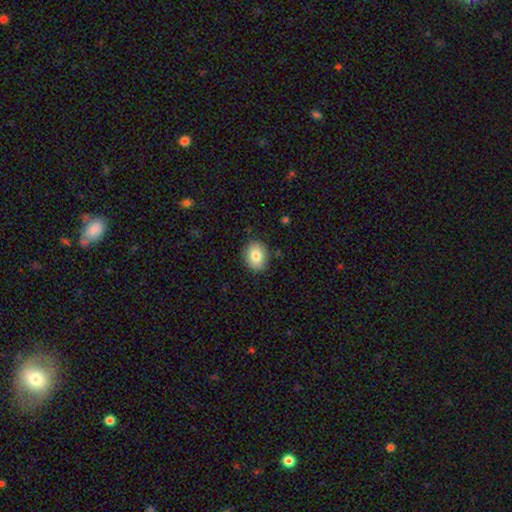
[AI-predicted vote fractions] Overall: smooth (81%). How rounded: round (56%; in between 43%). Merging: none (86%).